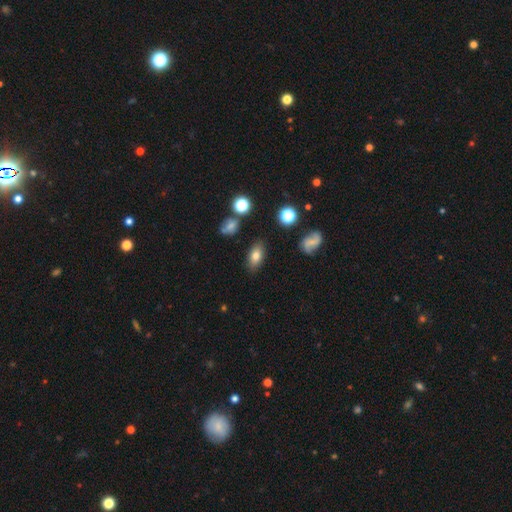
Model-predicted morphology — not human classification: A smooth galaxy with no disk features (74%) that is in between round and cigar-shaped (87%).

Vote fractions:
- Smooth or featured? smooth: 74% / featured or disk: 15% / star or artifact: 11%
- How rounded? in between: 87% / round: 9% / cigar-shaped: 4%
- Merging? none: 84% / minor disturbance: 11% / major disturbance: 3% / merger: 2%